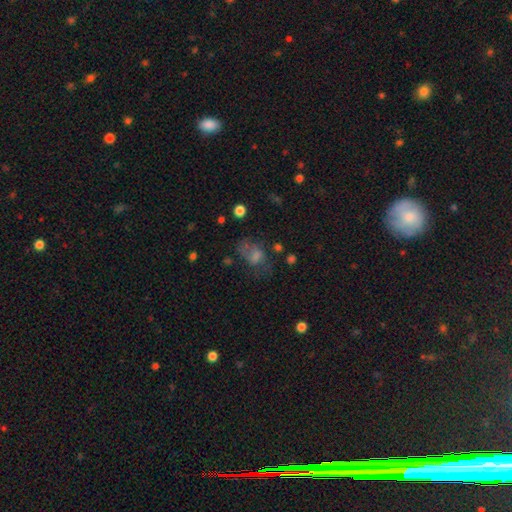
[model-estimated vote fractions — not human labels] smooth_or_featured: smooth (p=0.49) [alt: featured or disk p=0.33]
merging: none (p=0.38) [alt: major disturbance p=0.34]